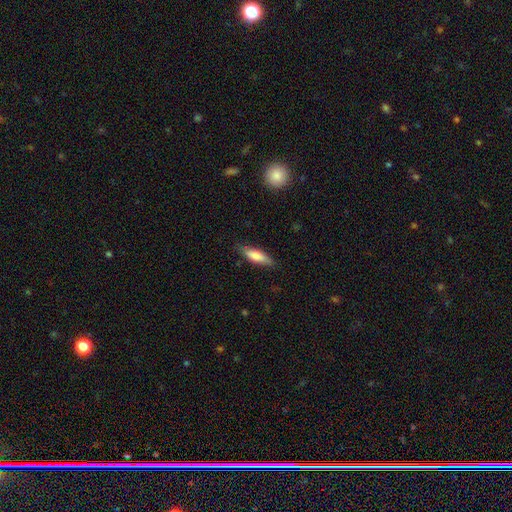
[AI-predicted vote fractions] Smooth or featured? smooth (74%)
How rounded? cigar-shaped (49%, tied with in between)
Merging? none (79%)